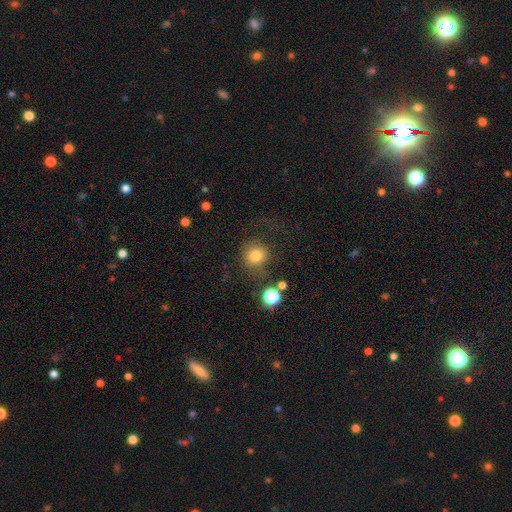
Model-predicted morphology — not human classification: This is likely a smooth galaxy (78%). How rounded: clearly round (90%). Merging: likely none (67%).